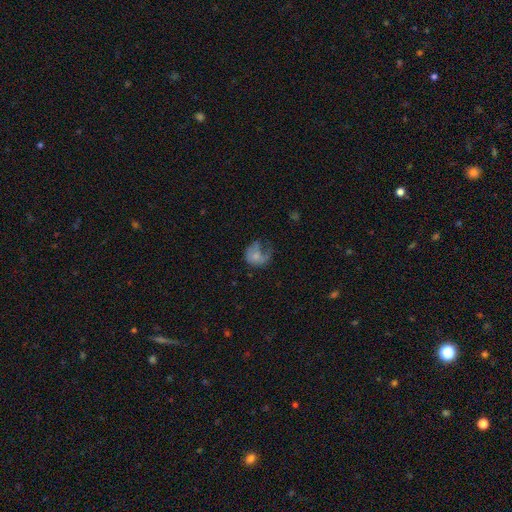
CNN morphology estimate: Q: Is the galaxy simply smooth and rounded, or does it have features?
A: smooth — 52%.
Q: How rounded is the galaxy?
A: round — 50%.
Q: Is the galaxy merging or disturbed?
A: major disturbance — 51%.